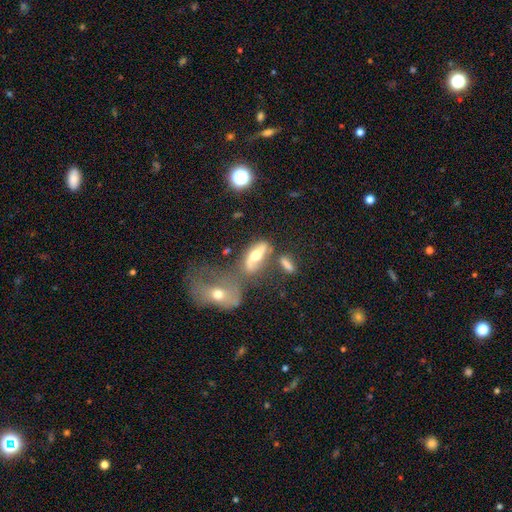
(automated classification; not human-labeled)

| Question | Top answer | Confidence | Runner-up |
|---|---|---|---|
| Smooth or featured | featured or disk | 48% | smooth (41%) |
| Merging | none | 43% | merger (32%) |